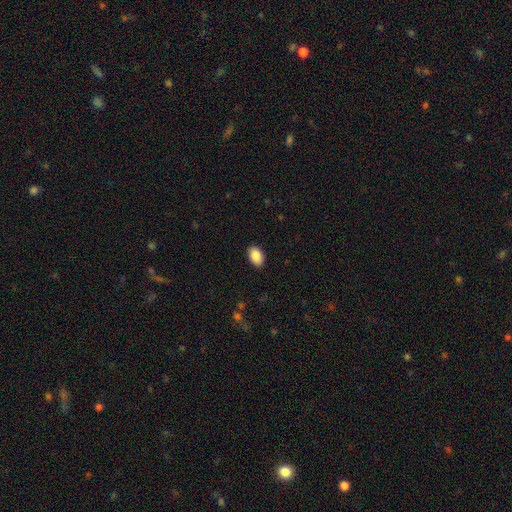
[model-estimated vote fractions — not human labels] A smooth galaxy with no disk features (88%) that is in between round and cigar-shaped (91%).

Vote fractions:
- Smooth or featured? smooth: 88% / star or artifact: 7% / featured or disk: 5%
- How rounded? in between: 91% / round: 8% / cigar-shaped: 1%
- Merging? none: 90% / minor disturbance: 8% / major disturbance: 2% / merger: 1%